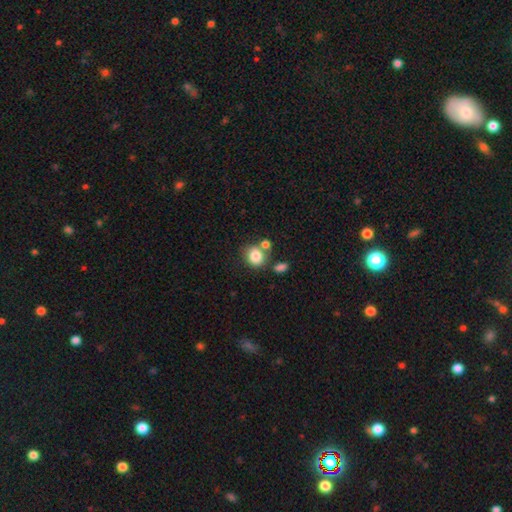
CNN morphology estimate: type=smooth (82%); roundness=round (73%); merging=none (58%).